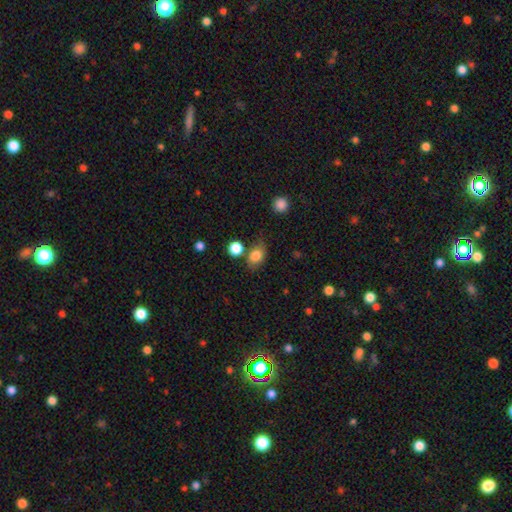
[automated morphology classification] The model was most divided on "how rounded": in between: 63%, round: 36%, cigar-shaped: 2%. More confident: smooth or featured — smooth (81%); merging — none (66%).